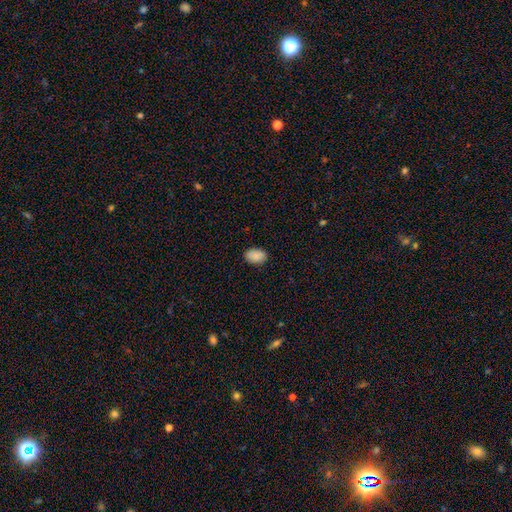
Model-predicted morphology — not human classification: smooth-or-featured: smooth: 90% | star or artifact: 7% | featured or disk: 3%
  how-rounded: in between: 89% | round: 10% | cigar-shaped: 1%
  merging: none: 89% | minor disturbance: 8% | major disturbance: 2% | merger: 1%